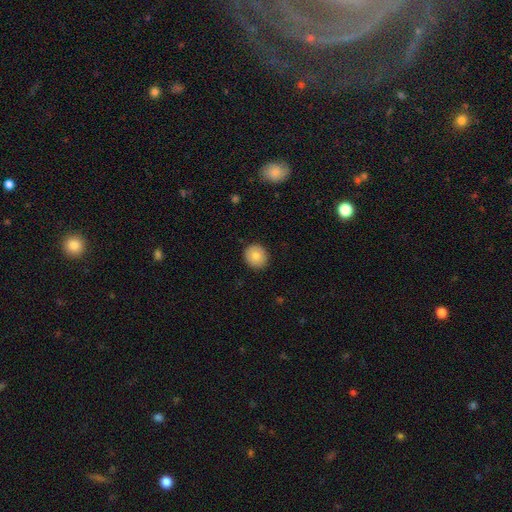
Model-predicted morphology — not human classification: Smooth or featured? smooth (83%)
How rounded? round (88%)
Merging? none (90%)